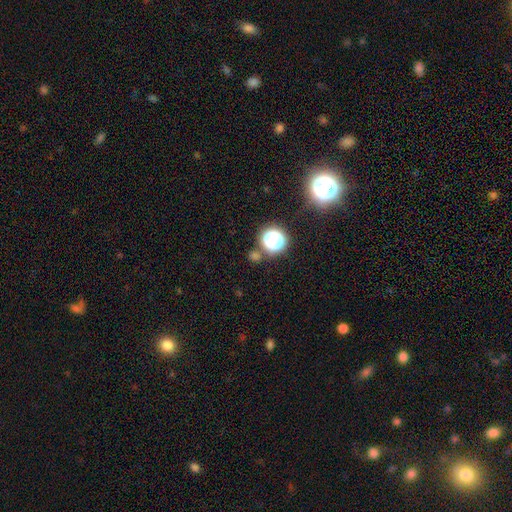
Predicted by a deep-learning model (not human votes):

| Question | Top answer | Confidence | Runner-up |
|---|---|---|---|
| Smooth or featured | smooth | 54% | star or artifact (38%) |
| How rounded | round | 81% | in between (17%) |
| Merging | none | 73% | merger (13%) |